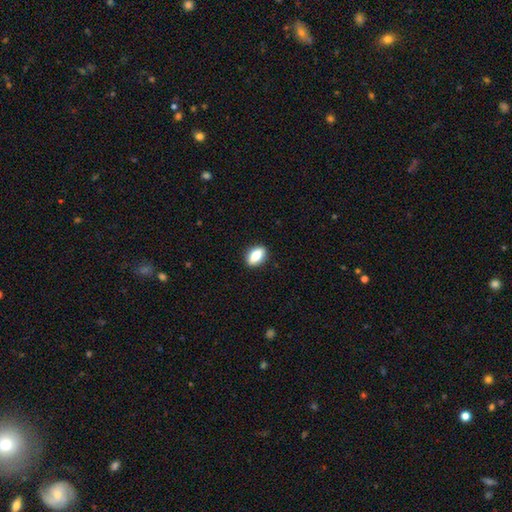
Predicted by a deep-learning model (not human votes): Smooth or featured? Predicted: smooth (p=0.78). How rounded? Predicted: in between (p=0.85). Merging? Predicted: none (p=0.89).